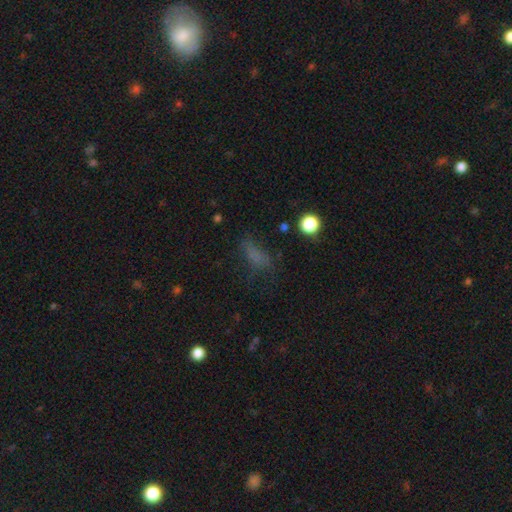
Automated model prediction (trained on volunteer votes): Smooth or featured: smooth — 65% (star or artifact — 21%)
How rounded: in between — 65% (cigar-shaped — 26%)
Merging: none — 53% (minor disturbance — 24%)